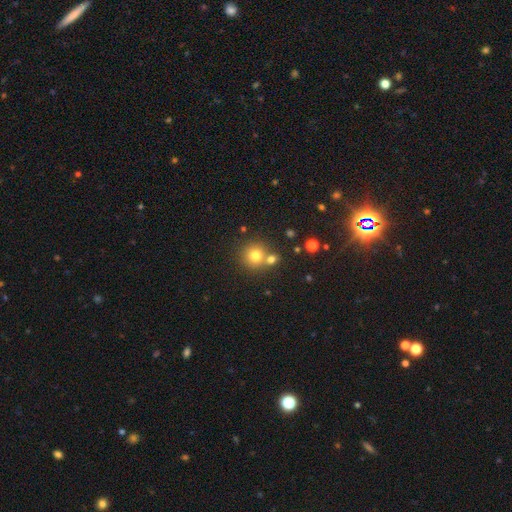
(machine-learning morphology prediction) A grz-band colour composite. It shows a smooth galaxy with no disk features (77%) that is round (91%). Merging: none (63%).